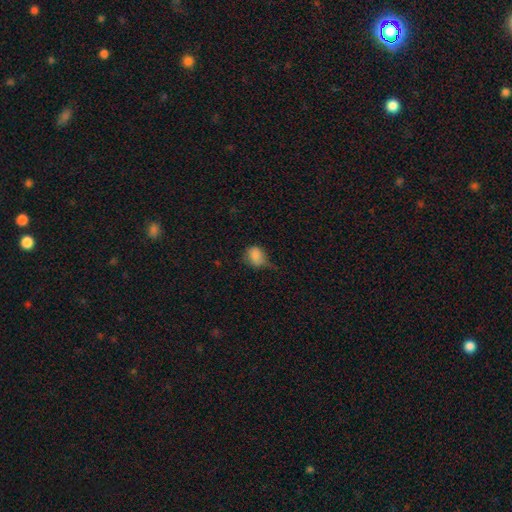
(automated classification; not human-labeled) smooth-or-featured: smooth: 80% | star or artifact: 10% | featured or disk: 10%
  how-rounded: in between: 50% | round: 48% | cigar-shaped: 1%
  merging: minor disturbance: 42% | none: 32% | major disturbance: 23% | merger: 3%